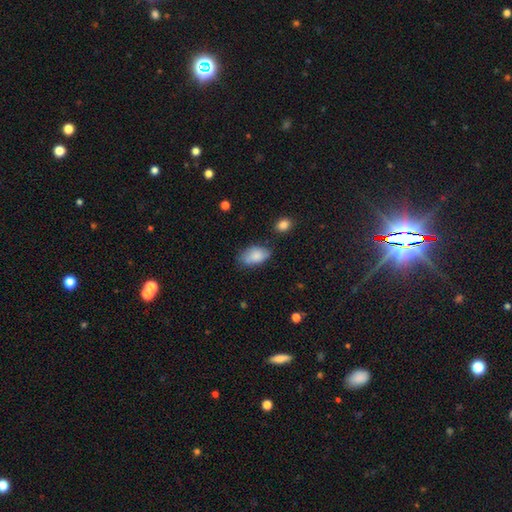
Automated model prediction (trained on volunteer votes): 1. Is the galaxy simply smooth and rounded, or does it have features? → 83% smooth, 10% featured or disk, 8% star or artifact.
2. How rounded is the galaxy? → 91% in between, 7% round, 2% cigar-shaped.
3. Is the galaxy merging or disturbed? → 61% none, 28% minor disturbance, 7% major disturbance, 4% merger.